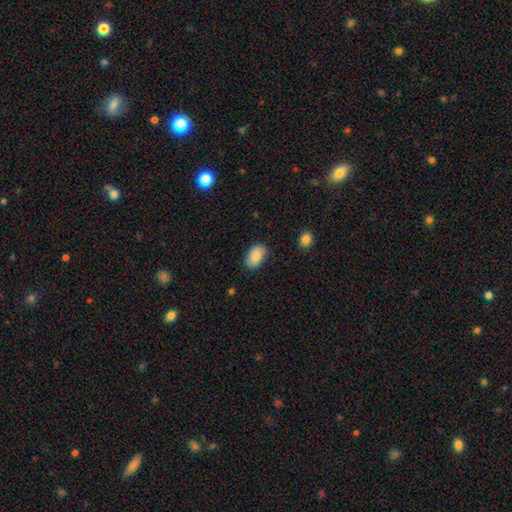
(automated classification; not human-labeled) Q: Smooth or featured?
A: smooth (87%); runner-up: star or artifact (7%)
Q: How rounded?
A: in between (89%); runner-up: round (9%)
Q: Merging?
A: none (82%); runner-up: minor disturbance (14%)